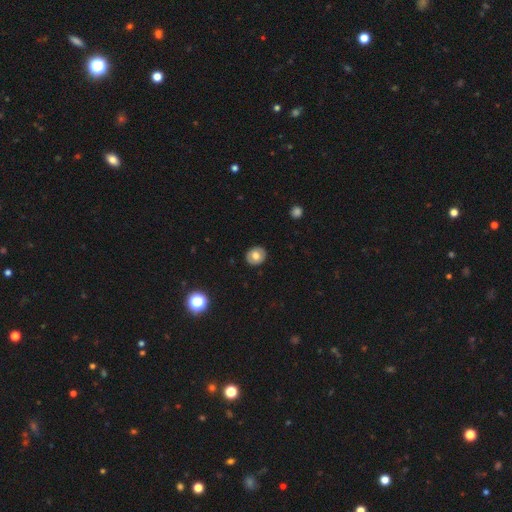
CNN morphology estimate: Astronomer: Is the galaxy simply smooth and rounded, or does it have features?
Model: smooth — 69%.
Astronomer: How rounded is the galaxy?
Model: round — 68%.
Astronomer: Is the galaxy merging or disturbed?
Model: none — 89%.